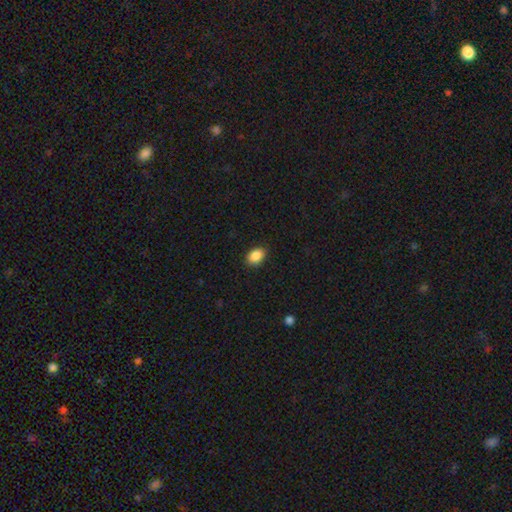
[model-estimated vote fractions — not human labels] Overall: smooth (88%). How rounded: in between (81%). Merging: none (88%).